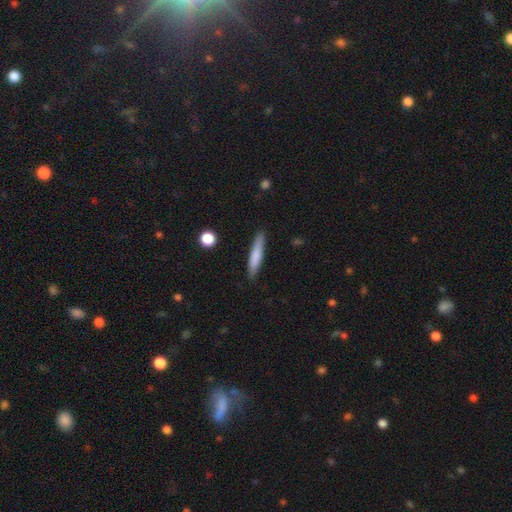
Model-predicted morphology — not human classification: smooth_or_featured: smooth (p=0.75) [alt: featured or disk p=0.19]
how_rounded: cigar-shaped (p=0.91) [alt: in between p=0.08]
merging: none (p=0.87) [alt: minor disturbance p=0.10]